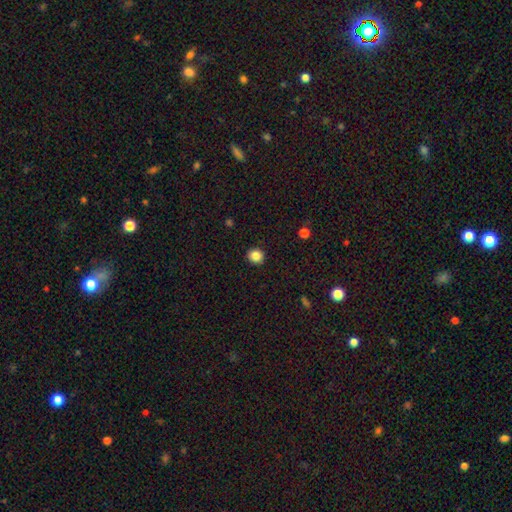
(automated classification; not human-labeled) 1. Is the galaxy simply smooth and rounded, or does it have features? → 85% smooth, 10% star or artifact, 4% featured or disk.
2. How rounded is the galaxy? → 79% round, 20% in between, 1% cigar-shaped.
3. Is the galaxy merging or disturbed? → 91% none, 6% minor disturbance, 2% major disturbance, 1% merger.